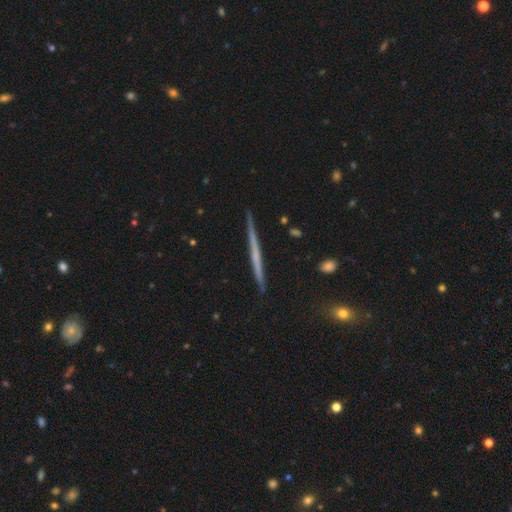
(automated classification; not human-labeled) Q: Smooth or featured?
A: featured or disk (59%); runner-up: smooth (35%)
Q: Edge-on disk?
A: yes (98%); runner-up: no (2%)
Q: Edge-on bulge?
A: none (86%); runner-up: rounded (10%)
Q: Merging?
A: none (91%); runner-up: minor disturbance (7%)